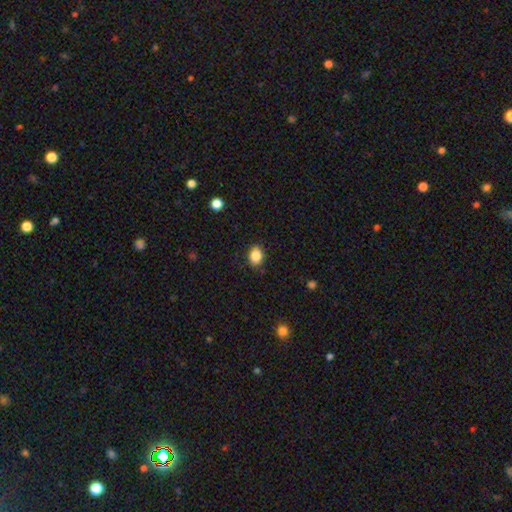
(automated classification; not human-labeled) smooth_or_featured: smooth (p=0.86) [alt: star or artifact p=0.09]
how_rounded: in between (p=0.68) [alt: round p=0.31]
merging: none (p=0.86) [alt: minor disturbance p=0.10]